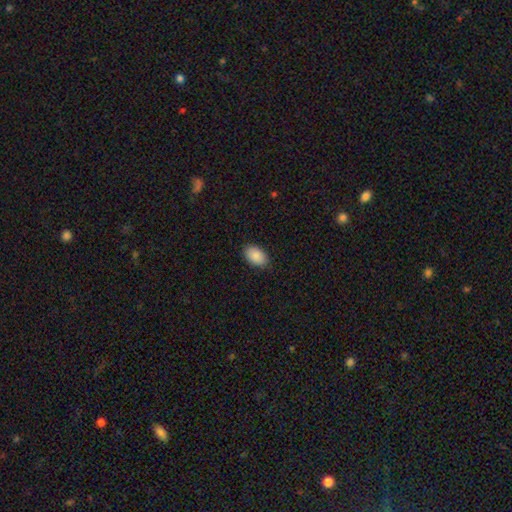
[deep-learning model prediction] Q: Smooth or featured?
A: smooth (90%); runner-up: star or artifact (7%)
Q: How rounded?
A: in between (92%); runner-up: round (7%)
Q: Merging?
A: none (86%); runner-up: minor disturbance (11%)